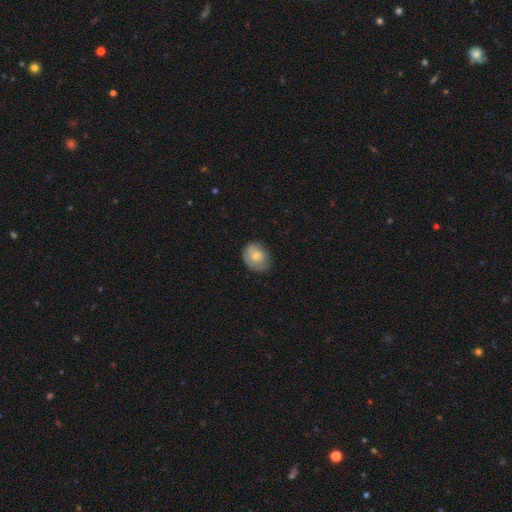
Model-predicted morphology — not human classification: smooth_or_featured: smooth (p=0.73) [alt: featured or disk p=0.19]
how_rounded: round (p=0.60) [alt: in between p=0.39]
merging: none (p=0.74) [alt: minor disturbance p=0.21]